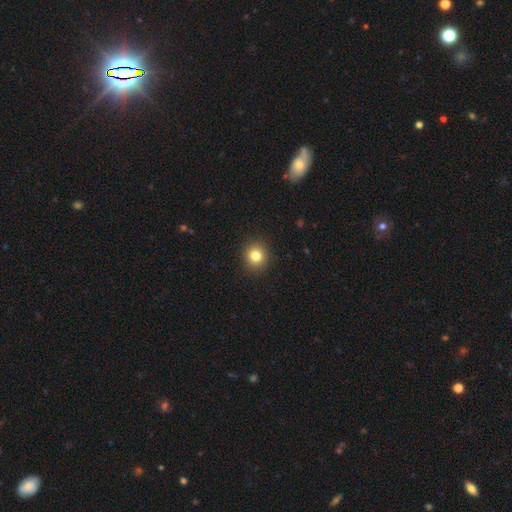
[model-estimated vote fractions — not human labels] A smooth galaxy with no disk features (81%) that is round (89%). Merging: none (92%).